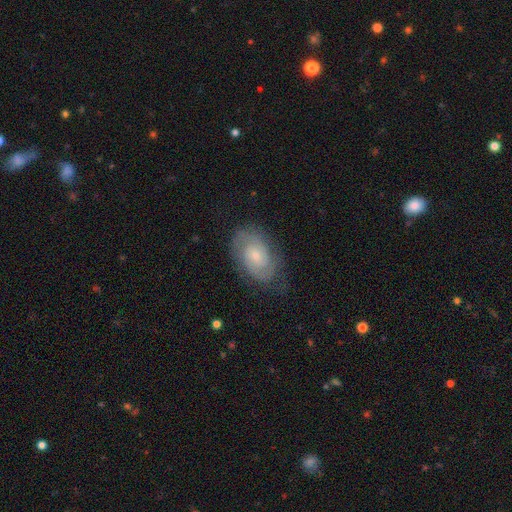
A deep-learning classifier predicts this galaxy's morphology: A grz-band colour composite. It shows a featured or disk galaxy (75%) with no bar (65%), 2 (74%) tight (57%) spiral arms (93%) and a small central bulge (58%). Merging: none (76%).